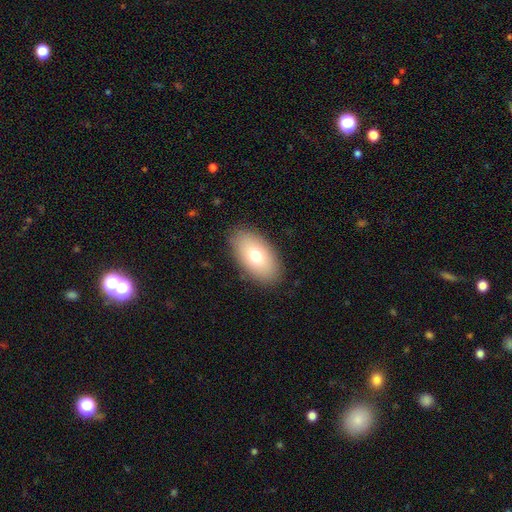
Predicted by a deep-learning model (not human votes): smooth 72%, featured or disk 20%, star or artifact 8%. Down the decision tree: how rounded — in between (93%); merging — none (86%).